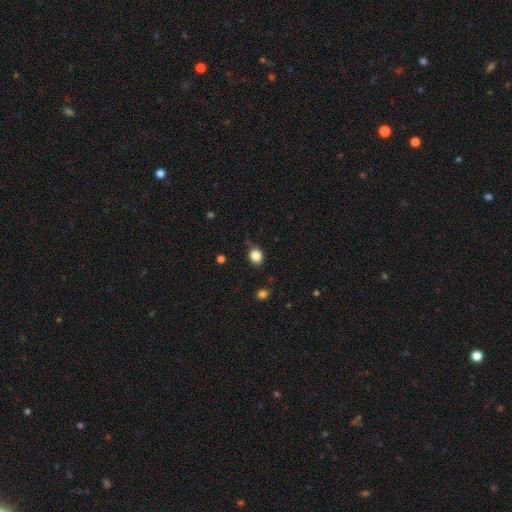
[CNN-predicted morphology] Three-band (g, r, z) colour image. It shows a smooth galaxy with no disk features (85%) that is round (63%). Merging: none (75%).